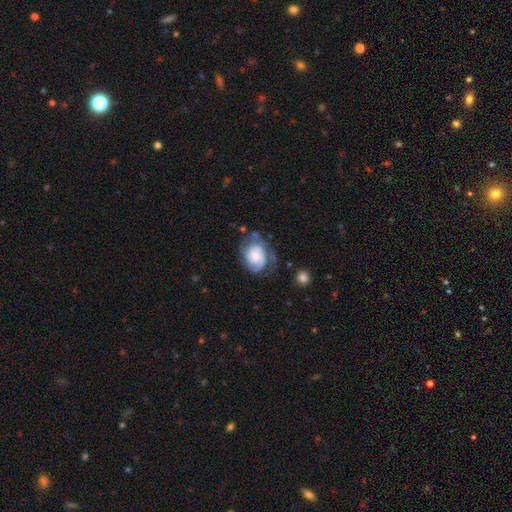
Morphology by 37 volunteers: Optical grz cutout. It shows a featured or disk galaxy (65%) with no bar (70%), tight (59%) spiral arms (96%) and a moderate central bulge (43%). Merging: none (43%).